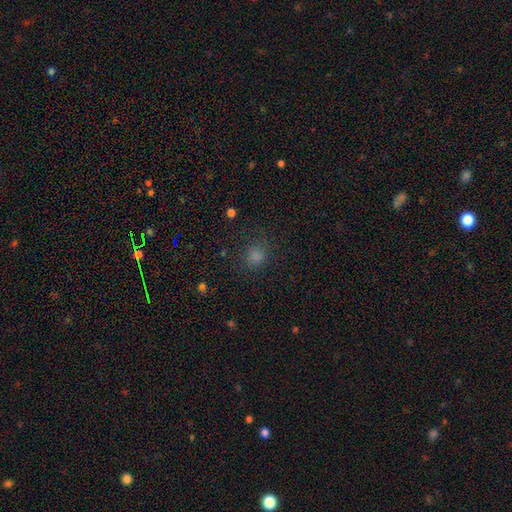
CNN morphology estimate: Overall: smooth (72%). How rounded: round (81%). Merging: none (82%).